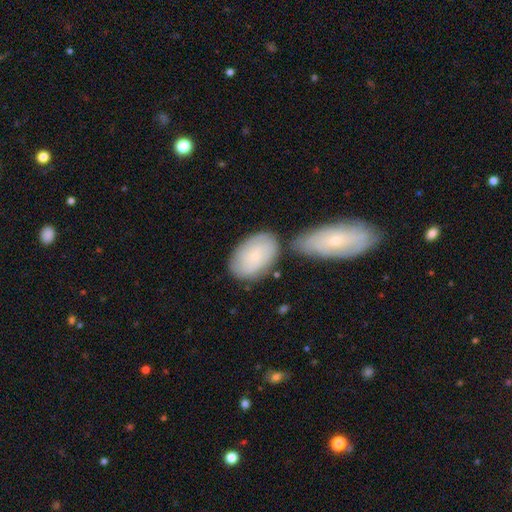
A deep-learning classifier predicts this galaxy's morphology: Smooth or featured?
  - smooth: 64% *
  - featured or disk: 29%
  - star or artifact: 6%
How rounded?
  - in between: 91% *
  - round: 7%
  - cigar-shaped: 2%
Merging?
  - none: 55% *
  - merger: 24%
  - minor disturbance: 16%
  - major disturbance: 5%